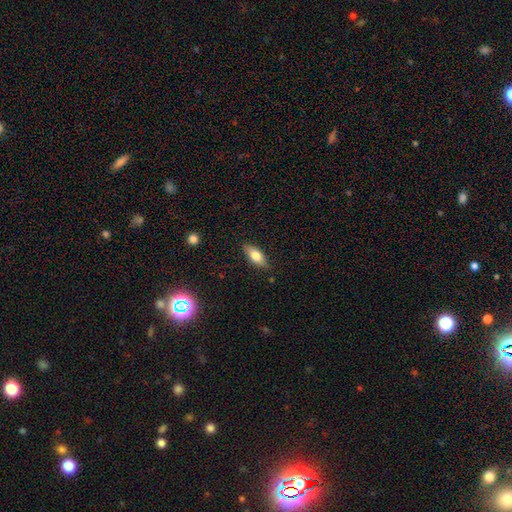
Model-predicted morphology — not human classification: type=smooth (74%); roundness=in between (80%); merging=none (84%).